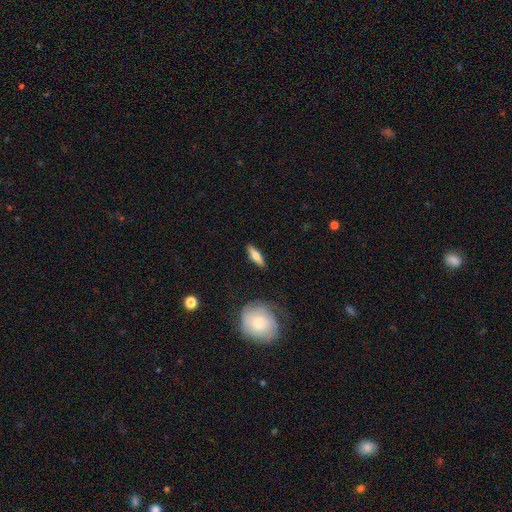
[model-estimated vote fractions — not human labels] This appears to be a smooth galaxy with no disk features (51%) that is cigar-shaped (65%). Merging: none (88%).